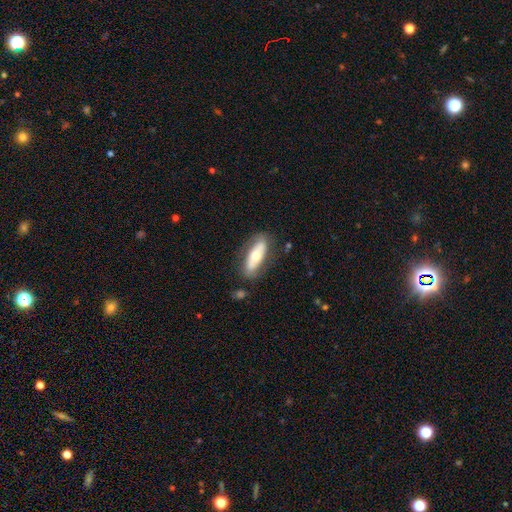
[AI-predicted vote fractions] A smooth galaxy with no disk features (51%) that is in between round and cigar-shaped (67%). Merging: none (78%).